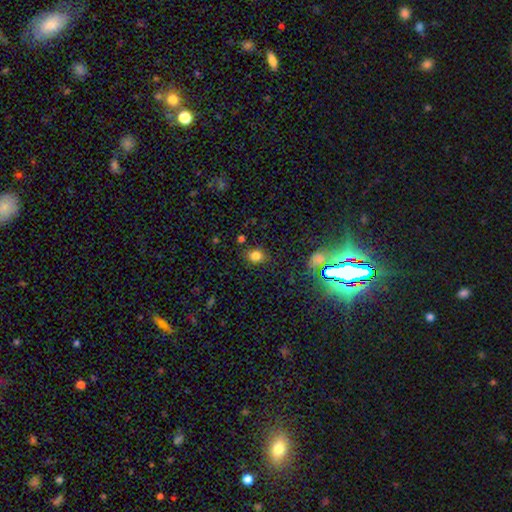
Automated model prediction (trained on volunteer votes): smooth 79%, star or artifact 15%, featured or disk 6%. Down the decision tree: how rounded — round (62%); merging — none (81%).